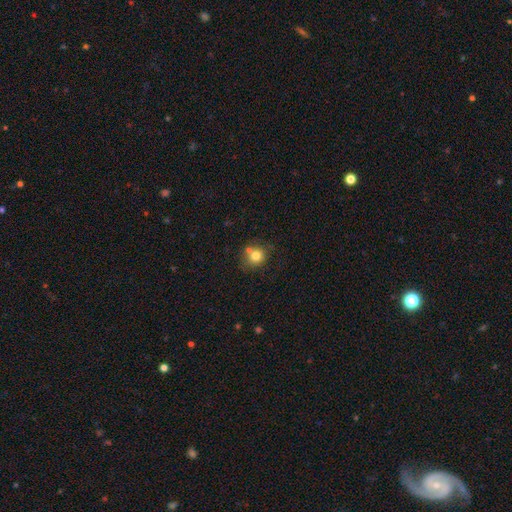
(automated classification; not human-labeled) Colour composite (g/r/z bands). It shows a smooth galaxy with no disk features (78%) that is round (80%). Merging: none (57%).